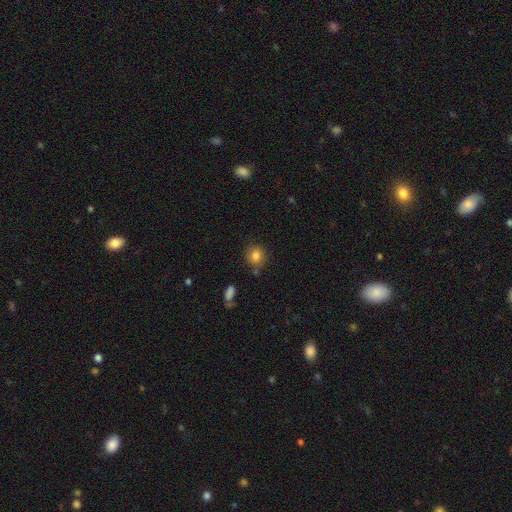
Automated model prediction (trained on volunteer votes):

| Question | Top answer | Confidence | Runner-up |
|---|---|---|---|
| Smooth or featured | smooth | 82% | star or artifact (11%) |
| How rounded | round | 84% | in between (15%) |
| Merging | none | 80% | minor disturbance (12%) |